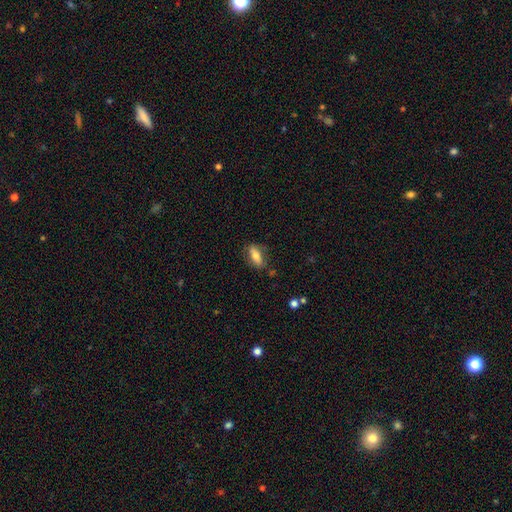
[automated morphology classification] Smooth or featured? Predicted: smooth (p=0.68). How rounded? Predicted: in between (p=0.70). Merging? Predicted: none (p=0.77).